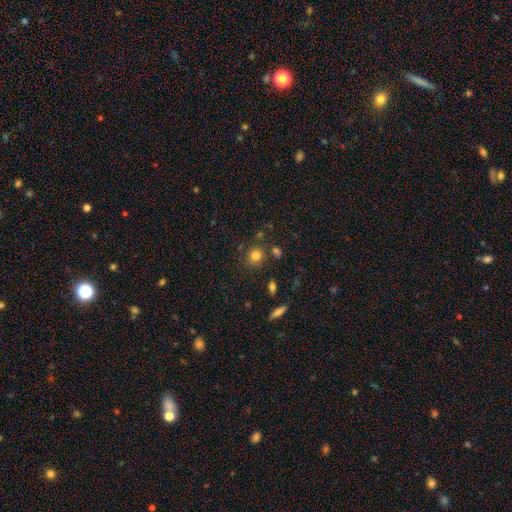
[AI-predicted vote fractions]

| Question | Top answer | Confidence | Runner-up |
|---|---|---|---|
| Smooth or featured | smooth | 80% | star or artifact (12%) |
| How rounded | round | 80% | in between (19%) |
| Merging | none | 76% | minor disturbance (12%) |